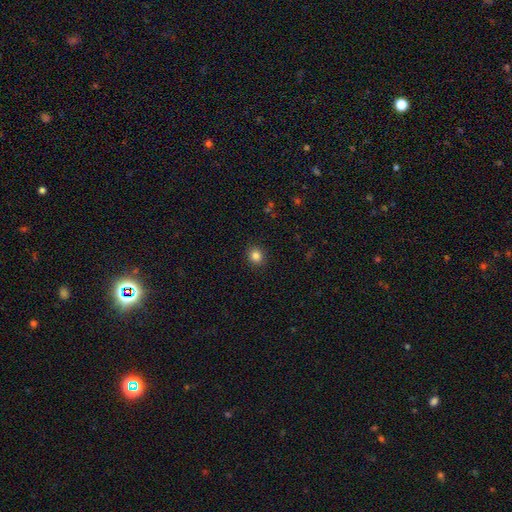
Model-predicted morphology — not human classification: The model was most divided on "how rounded": round: 82%, in between: 18%, cigar-shaped: 1%. More confident: merging — none (91%); smooth or featured — smooth (84%).